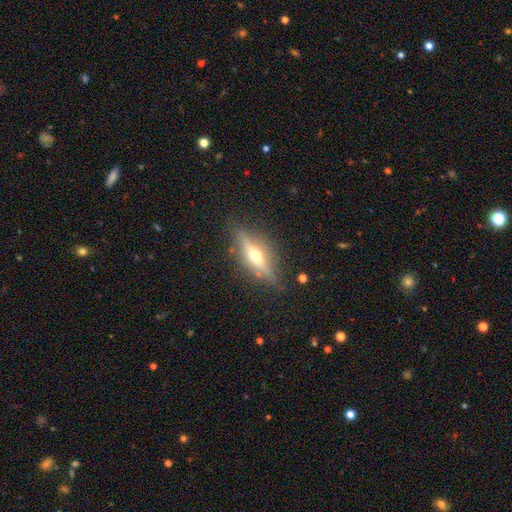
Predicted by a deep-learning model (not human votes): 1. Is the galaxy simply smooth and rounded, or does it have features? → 67% featured or disk, 25% smooth, 8% star or artifact.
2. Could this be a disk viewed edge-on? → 92% yes, 8% no.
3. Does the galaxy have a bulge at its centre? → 94% rounded, 3% boxy, 3% none.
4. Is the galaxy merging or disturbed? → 83% none, 12% minor disturbance, 4% major disturbance, 2% merger.